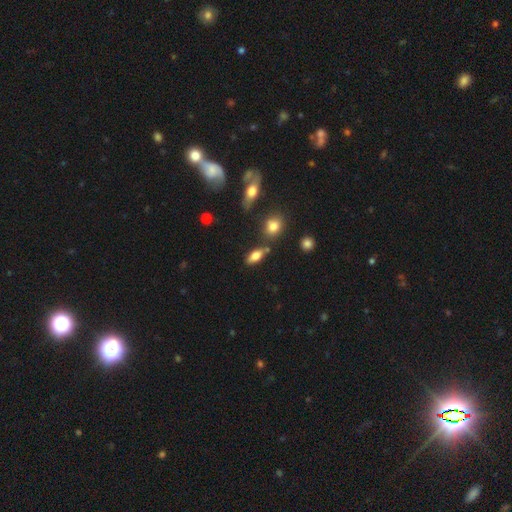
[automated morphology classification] smooth-or-featured: smooth: 73% | featured or disk: 18% | star or artifact: 9%
  how-rounded: in between: 82% | cigar-shaped: 13% | round: 4%
  merging: none: 70% | minor disturbance: 14% | merger: 12% | major disturbance: 4%